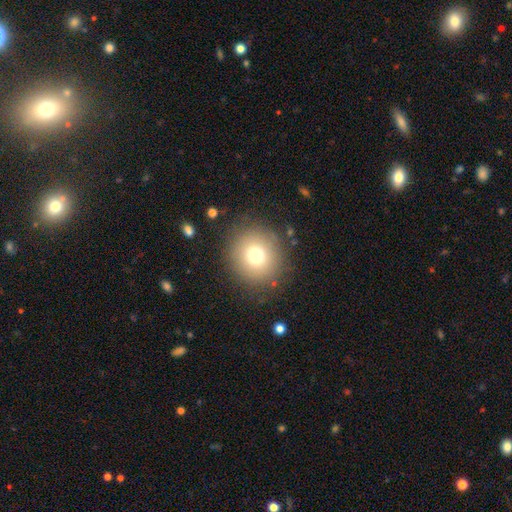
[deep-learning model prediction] Smooth or featured? smooth (74%)
How rounded? round (93%)
Merging? none (86%)